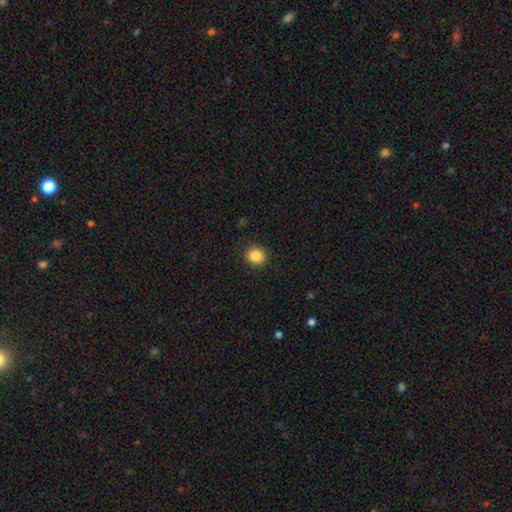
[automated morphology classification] Overall: smooth (87%). How rounded: round (78%). Merging: none (91%).